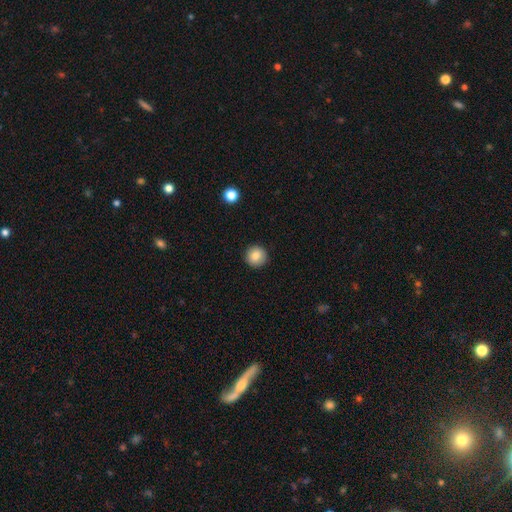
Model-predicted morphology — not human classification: Smooth or featured: smooth — 85% (star or artifact — 9%)
How rounded: round — 95% (in between — 4%)
Merging: none — 92% (minor disturbance — 5%)